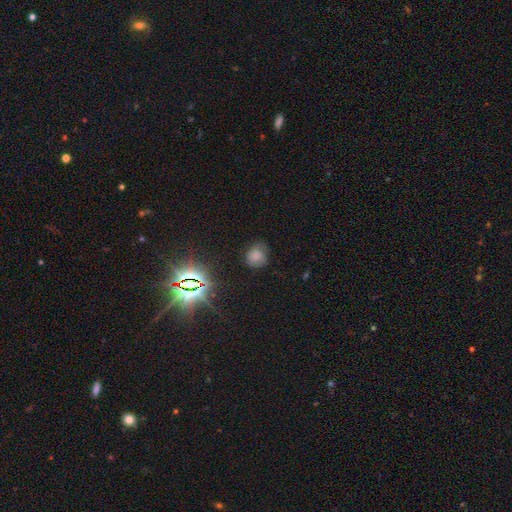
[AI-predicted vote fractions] Morphology: type=smooth (67%); roundness=round (73%); merging=none (67%).